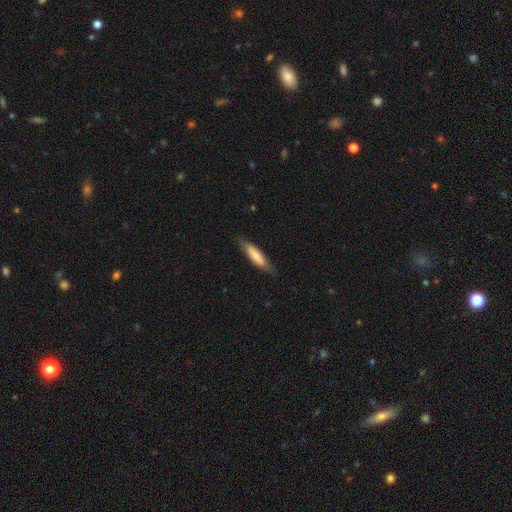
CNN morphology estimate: Overall: smooth (69%). How rounded: cigar-shaped (73%). Merging: none (80%).